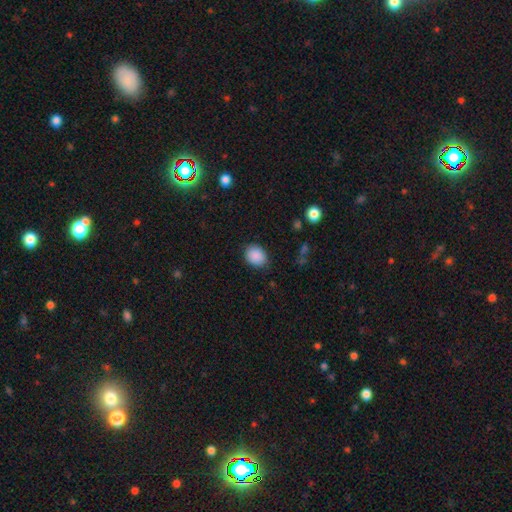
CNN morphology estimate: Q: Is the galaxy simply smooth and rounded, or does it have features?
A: smooth — 89%.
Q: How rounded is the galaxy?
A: in between — 55%.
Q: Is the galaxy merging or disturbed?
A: none — 83%.